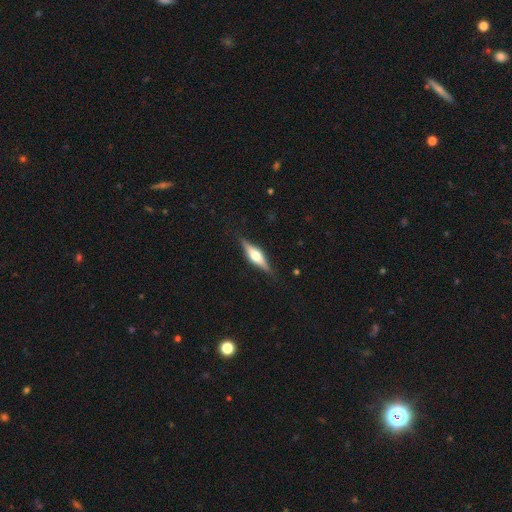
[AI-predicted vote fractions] A featured or disk galaxy (69%) viewed edge-on (96%) with a rounded central bulge (92%).

Vote fractions:
- Smooth or featured? featured or disk: 69% / smooth: 25% / star or artifact: 6%
- Edge-on disk? yes: 96% / no: 4%
- Edge-on bulge? rounded: 92% / boxy: 6% / none: 2%
- Merging? none: 87% / minor disturbance: 9% / major disturbance: 2% / merger: 1%